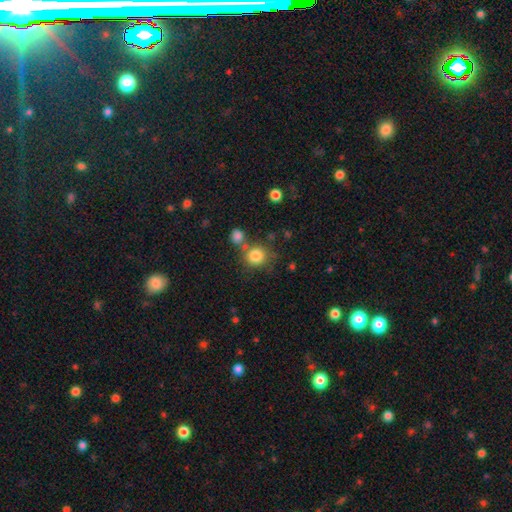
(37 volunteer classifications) Volunteers were most divided on "merging": none: 63%, minor disturbance: 20%, merger: 11%, major disturbance: 6%. More confident: how rounded — round (97%); smooth or featured — smooth (86%).